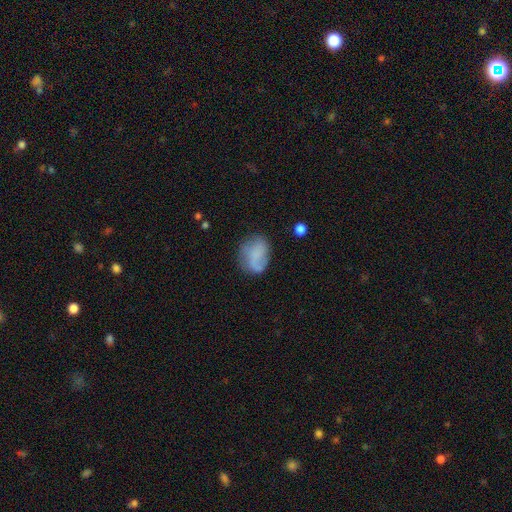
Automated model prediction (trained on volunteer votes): Smooth or featured? Predicted: smooth (p=0.61). How rounded? Predicted: in between (p=0.63). Merging? Predicted: none (p=0.52).